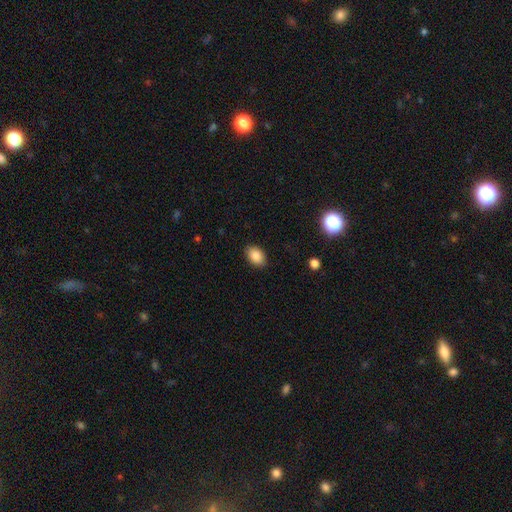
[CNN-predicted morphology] The model was most divided on "how rounded": in between: 85%, round: 14%, cigar-shaped: 1%. More confident: merging — none (88%); smooth or featured — smooth (86%).